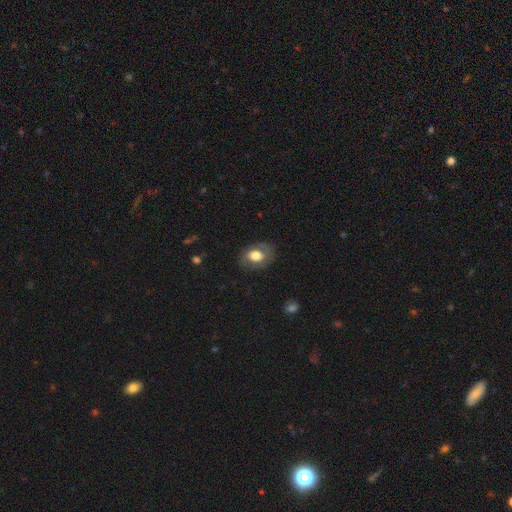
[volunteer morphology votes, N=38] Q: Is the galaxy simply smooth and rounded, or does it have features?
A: smooth — 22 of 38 (58%).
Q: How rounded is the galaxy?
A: in between — 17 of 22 (77%).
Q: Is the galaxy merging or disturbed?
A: none — 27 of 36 (75%).